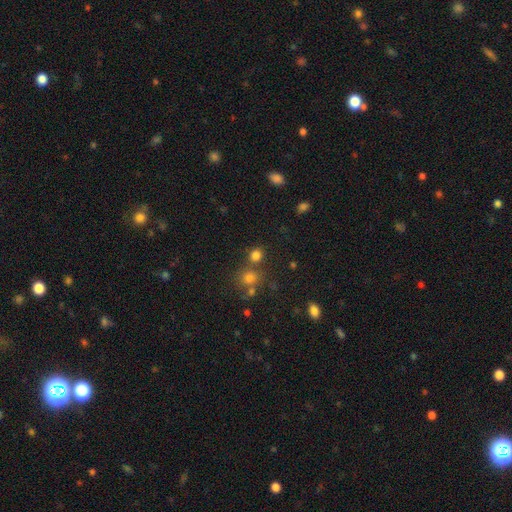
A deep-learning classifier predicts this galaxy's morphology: A smooth galaxy with no disk features (76%) that is round (82%). Merging: none (67%).